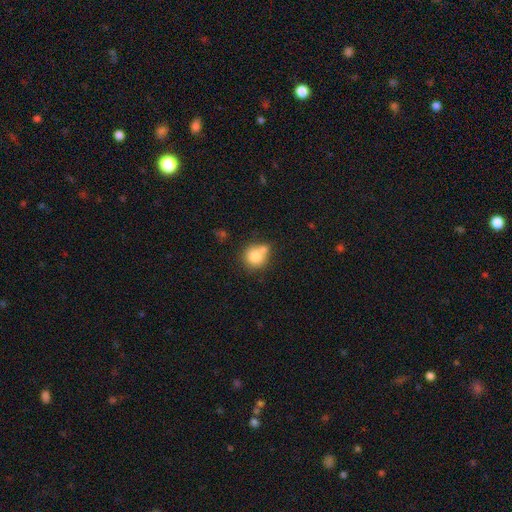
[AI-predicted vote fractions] A smooth galaxy with no disk features (78%) that is round (85%). Merging: none (47%).